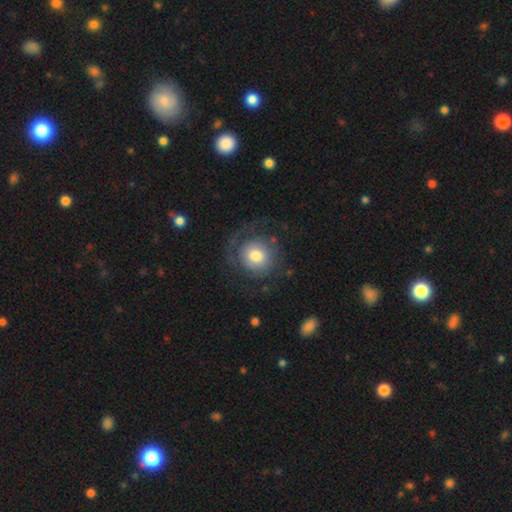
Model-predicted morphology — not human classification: Q: Smooth or featured?
A: smooth (51%); runner-up: featured or disk (41%)
Q: How rounded?
A: round (88%); runner-up: in between (11%)
Q: Merging?
A: none (60%); runner-up: major disturbance (22%)